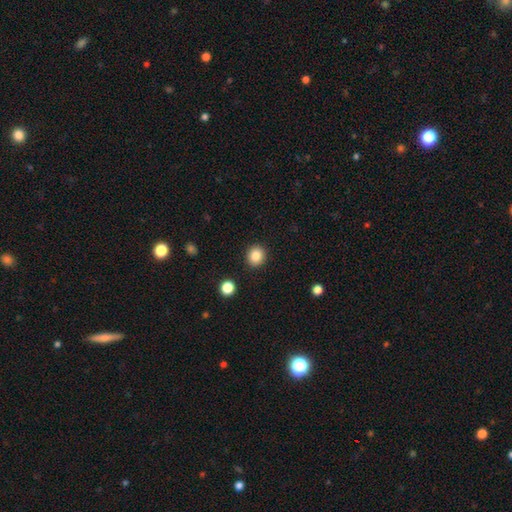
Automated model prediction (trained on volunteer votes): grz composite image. It shows a smooth galaxy with no disk features (84%) that is round (84%). Merging: none (91%).